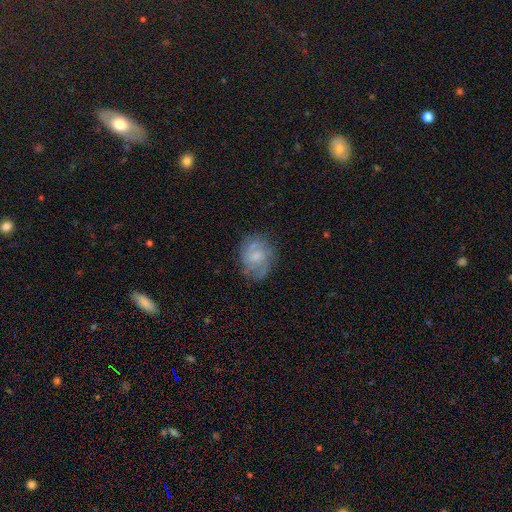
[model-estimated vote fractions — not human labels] Q: Smooth or featured?
A: featured or disk (58%); runner-up: smooth (34%)
Q: Edge-on disk?
A: no (98%); runner-up: yes (2%)
Q: Bar?
A: no (48%); runner-up: weak (45%)
Q: Spiral arms?
A: yes (80%); runner-up: no (20%)
Q: Bulge size?
A: small (43%); runner-up: moderate (31%)
Q: Merging?
A: none (68%); runner-up: minor disturbance (21%)